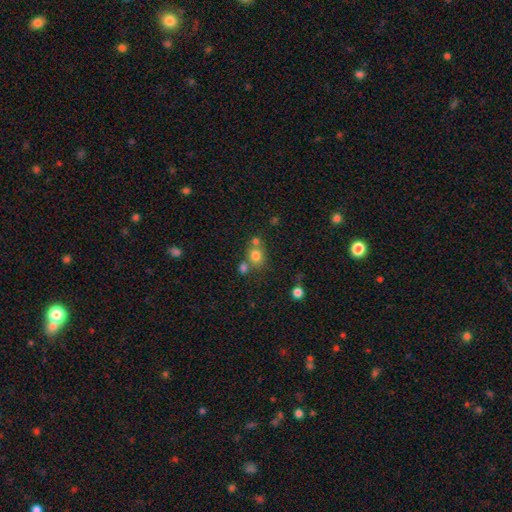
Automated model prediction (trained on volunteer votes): This appears to be a smooth galaxy with no disk features (75%) that is round (77%). Merging: none (58%).